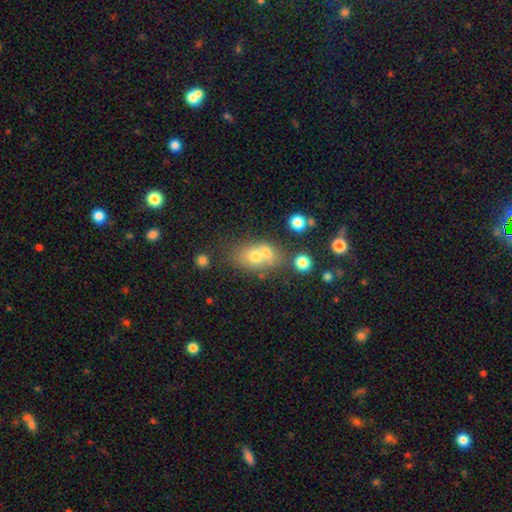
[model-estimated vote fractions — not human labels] Overall: smooth (58%; featured or disk 23%). How rounded: in between (60%; round 37%). Merging: merger (43%; none 41%).